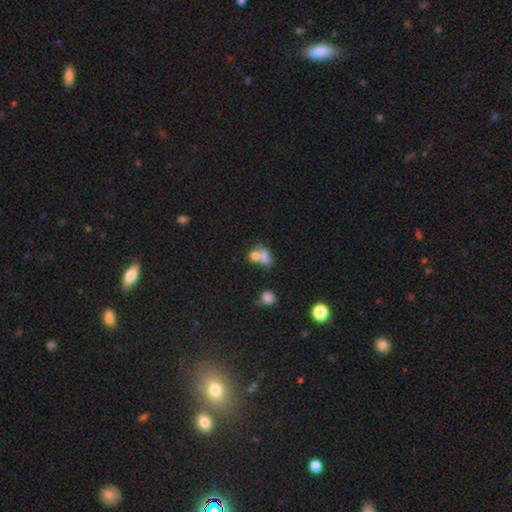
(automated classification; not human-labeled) Smooth or featured? Predicted: smooth (p=0.72). How rounded? Predicted: in between (p=0.63). Merging? Predicted: merger (p=0.63).